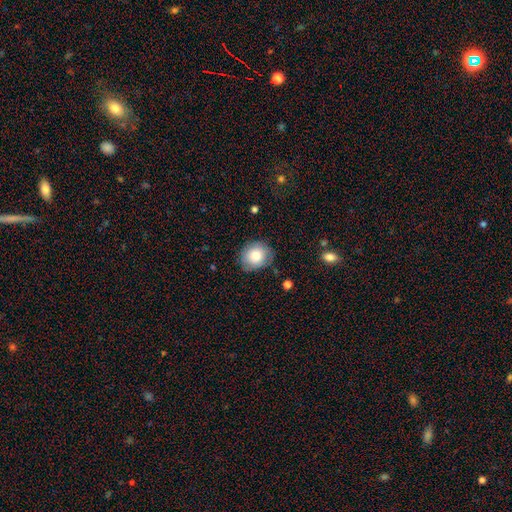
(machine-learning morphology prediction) smooth_or_featured: smooth (p=0.79) [alt: featured or disk p=0.13]
how_rounded: round (p=0.71) [alt: in between p=0.29]
merging: none (p=0.78) [alt: minor disturbance p=0.17]